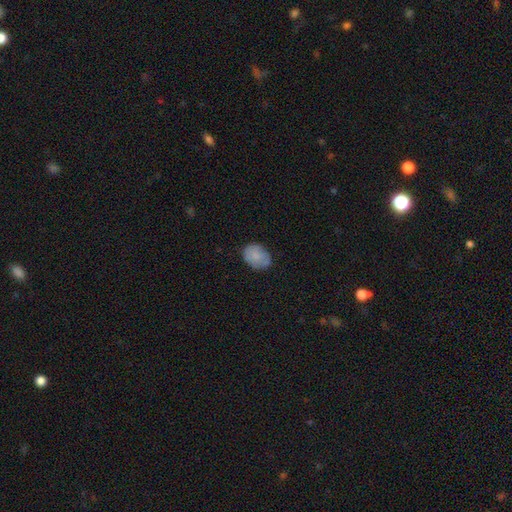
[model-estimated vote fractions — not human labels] Smooth or featured? smooth (77%)
How rounded? in between (65%)
Merging? none (71%)